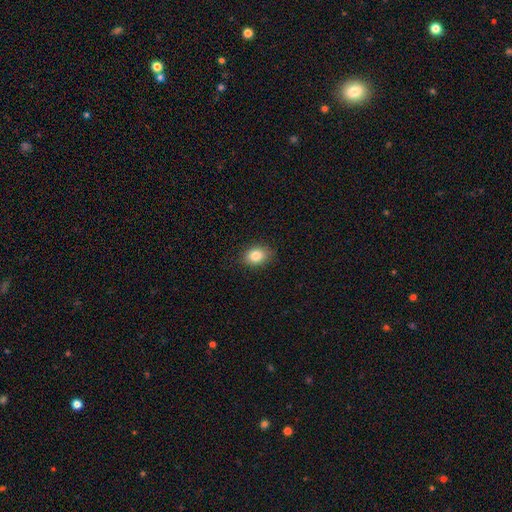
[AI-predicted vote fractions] Smooth or featured? smooth (84%)
How rounded? in between (70%)
Merging? none (87%)